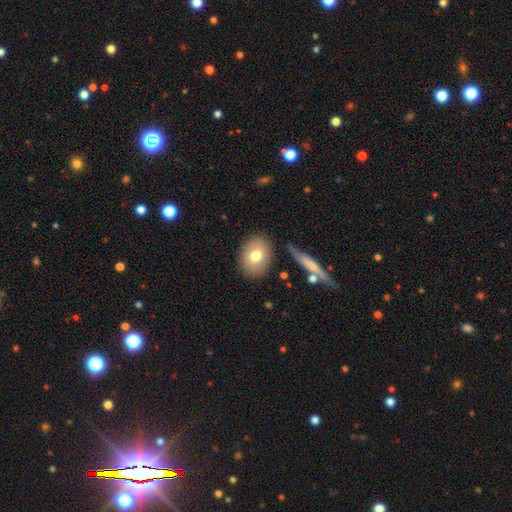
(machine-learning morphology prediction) smooth-or-featured: smooth: 74% | featured or disk: 18% | star or artifact: 8%
  how-rounded: in between: 55% | round: 43% | cigar-shaped: 2%
  merging: none: 82% | minor disturbance: 11% | merger: 4% | major disturbance: 3%